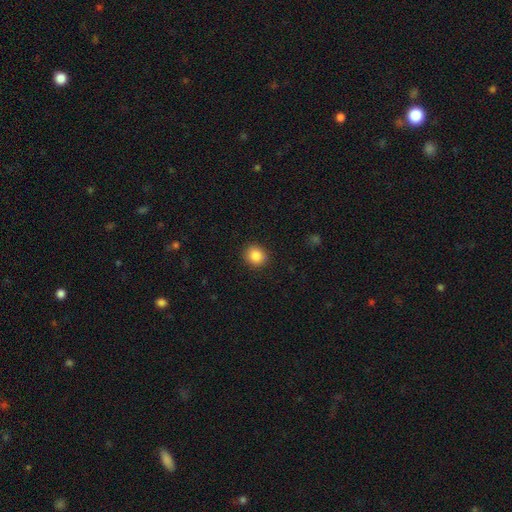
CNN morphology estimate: smooth 86%, star or artifact 10%, featured or disk 4%. Down the decision tree: how rounded — round (84%); merging — none (90%).